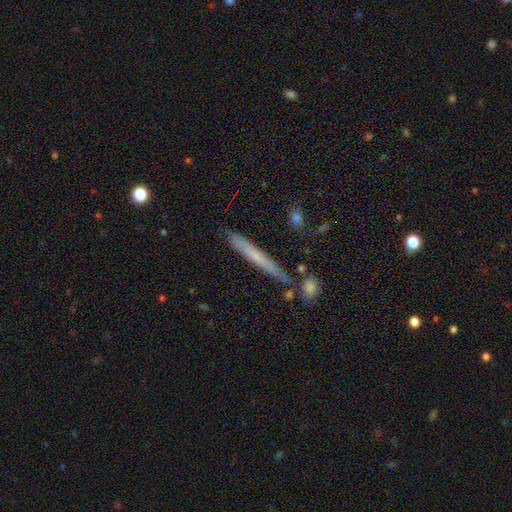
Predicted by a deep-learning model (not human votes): smooth_or_featured: smooth (p=0.53) [alt: featured or disk p=0.40]
how_rounded: cigar-shaped (p=0.96) [alt: in between p=0.03]
merging: none (p=0.83) [alt: minor disturbance p=0.11]